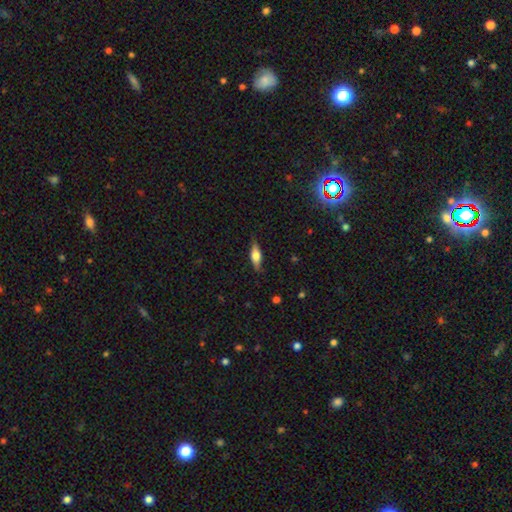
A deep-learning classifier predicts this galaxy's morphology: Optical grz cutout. It shows a smooth galaxy with no disk features (58%) that is in between round and cigar-shaped (58%). Merging: none (84%).